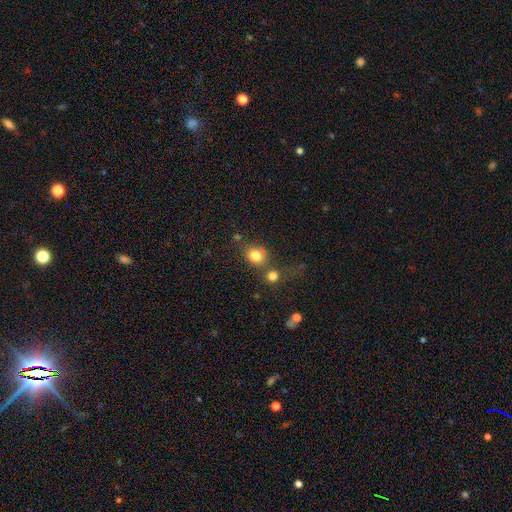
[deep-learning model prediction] smooth 81%, star or artifact 12%, featured or disk 8%. Down the decision tree: how rounded — round (65%); merging — none (58%).